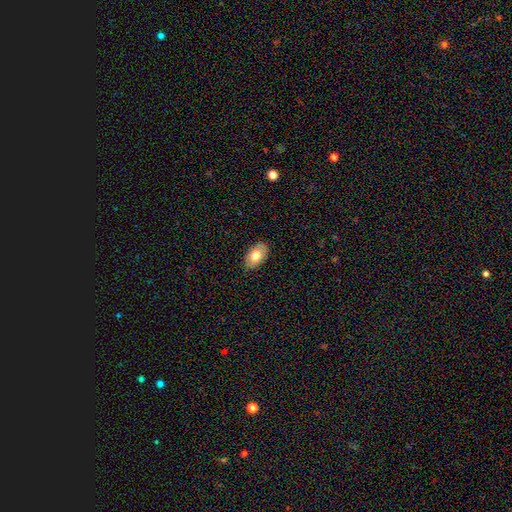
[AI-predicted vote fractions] Smooth or featured?
  - smooth: 76% *
  - featured or disk: 17%
  - star or artifact: 7%
How rounded?
  - in between: 92% *
  - round: 6%
  - cigar-shaped: 1%
Merging?
  - none: 87% *
  - minor disturbance: 10%
  - major disturbance: 2%
  - merger: 1%